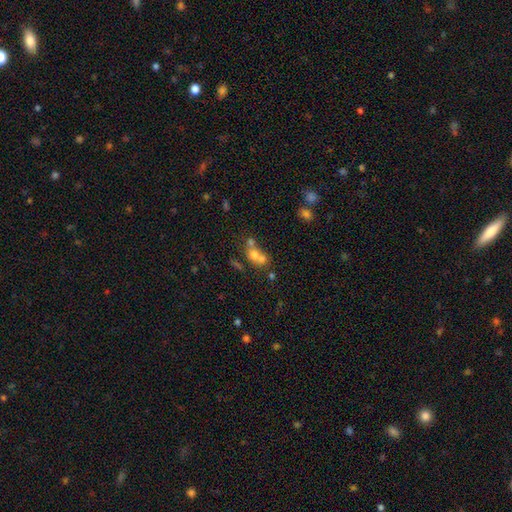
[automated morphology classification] smooth-or-featured: smooth: 60% | featured or disk: 24% | star or artifact: 16%
  how-rounded: round: 55% | in between: 42% | cigar-shaped: 3%
  merging: merger: 60% | none: 26% | minor disturbance: 8% | major disturbance: 6%